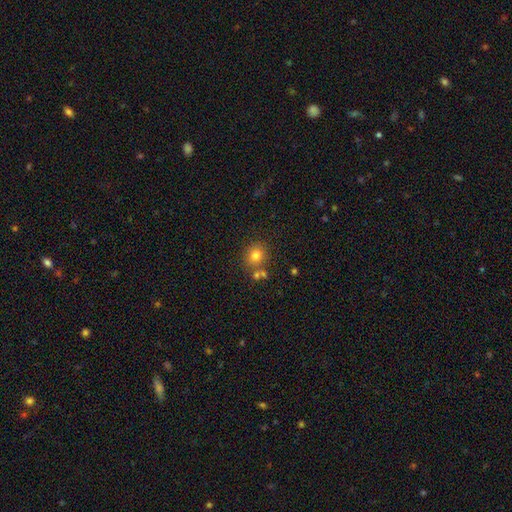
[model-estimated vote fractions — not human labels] A smooth galaxy with no disk features (78%) that is round (78%). Merging: none (70%).